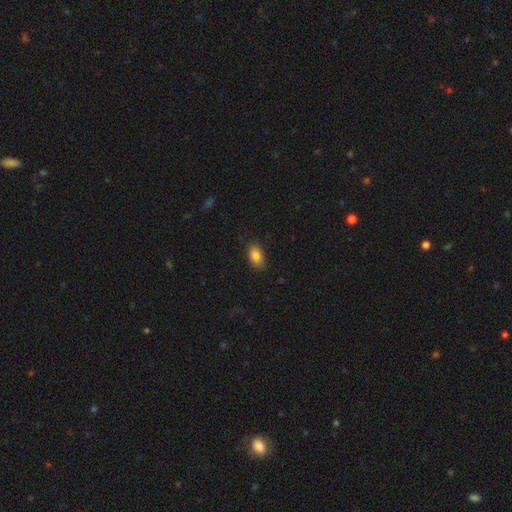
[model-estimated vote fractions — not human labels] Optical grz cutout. It shows a smooth galaxy with no disk features (87%) that is in between round and cigar-shaped (90%). Merging: none (85%).